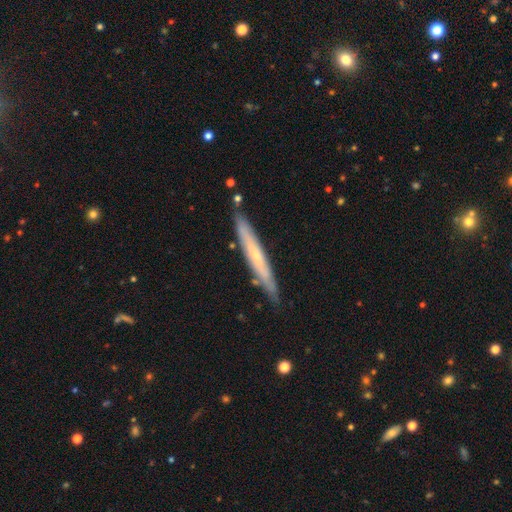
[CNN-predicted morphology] smooth_or_featured: featured or disk (p=0.55) [alt: smooth p=0.39]
disk_edge_on: yes (p=0.88) [alt: no p=0.12]
merging: none (p=0.83) [alt: minor disturbance p=0.12]